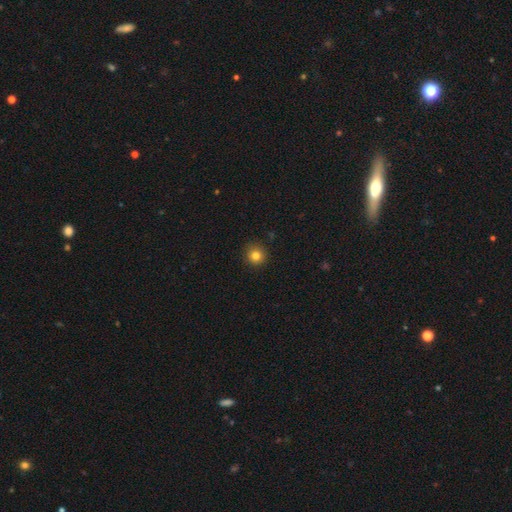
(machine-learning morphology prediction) Smooth or featured?
  - smooth: 81% *
  - star or artifact: 12%
  - featured or disk: 6%
How rounded?
  - round: 94% *
  - in between: 5%
  - cigar-shaped: 1%
Merging?
  - none: 91% *
  - minor disturbance: 6%
  - major disturbance: 2%
  - merger: 1%